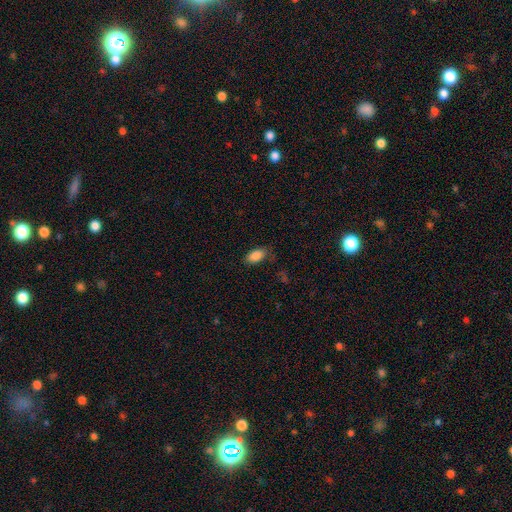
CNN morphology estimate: Smooth or featured: smooth — 87% (star or artifact — 8%)
How rounded: in between — 92% (round — 4%)
Merging: none — 75% (minor disturbance — 19%)